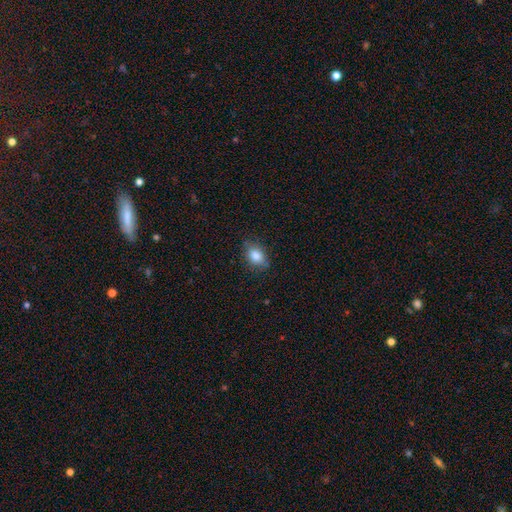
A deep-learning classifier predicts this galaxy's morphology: type=smooth (83%); roundness=in between (75%); merging=none (76%).